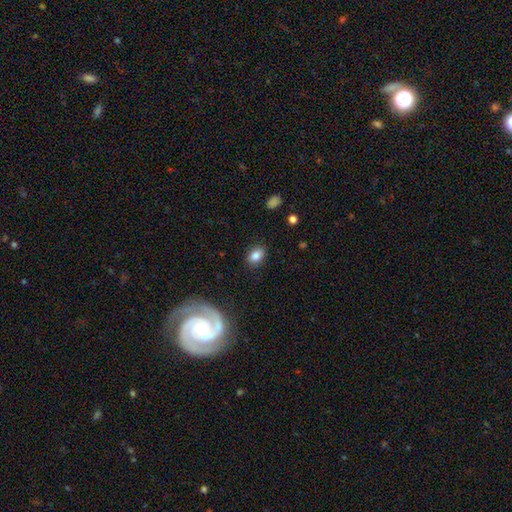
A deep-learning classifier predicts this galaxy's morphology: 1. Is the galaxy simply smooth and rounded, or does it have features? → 83% smooth, 9% star or artifact, 7% featured or disk.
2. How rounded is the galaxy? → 75% in between, 24% round, 1% cigar-shaped.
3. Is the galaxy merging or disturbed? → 86% none, 10% minor disturbance, 3% major disturbance, 1% merger.